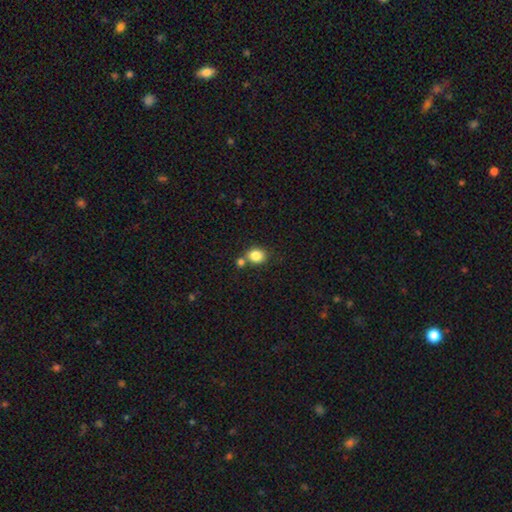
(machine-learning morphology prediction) Smooth or featured? Predicted: smooth (p=0.84). How rounded? Predicted: round (p=0.65). Merging? Predicted: none (p=0.59).